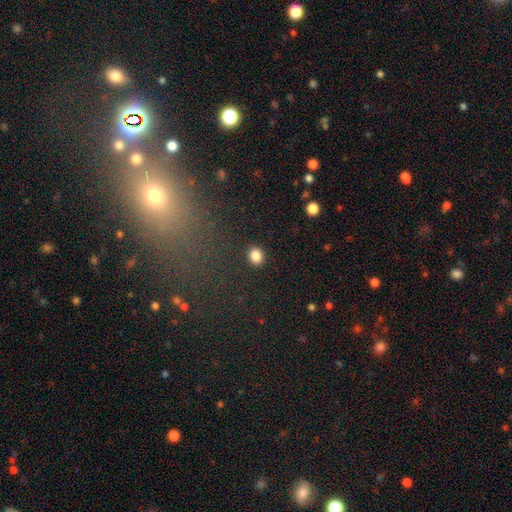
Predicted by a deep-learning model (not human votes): smooth-or-featured: smooth: 85% | star or artifact: 11% | featured or disk: 4%
  how-rounded: round: 64% | in between: 35% | cigar-shaped: 1%
  merging: none: 90% | minor disturbance: 7% | major disturbance: 2% | merger: 1%